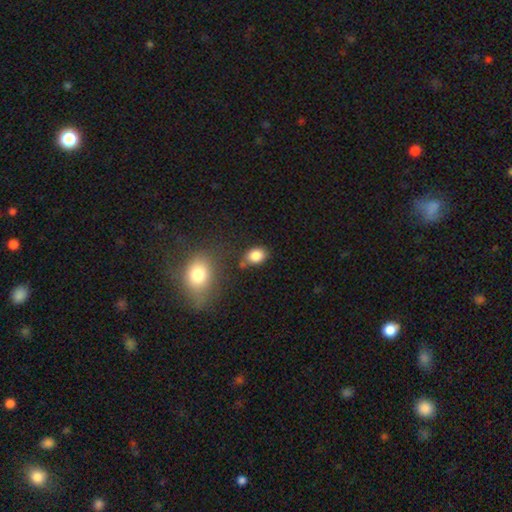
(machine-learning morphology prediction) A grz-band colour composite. It shows a smooth galaxy with no disk features (85%) that is in between round and cigar-shaped (72%). Merging: none (71%).